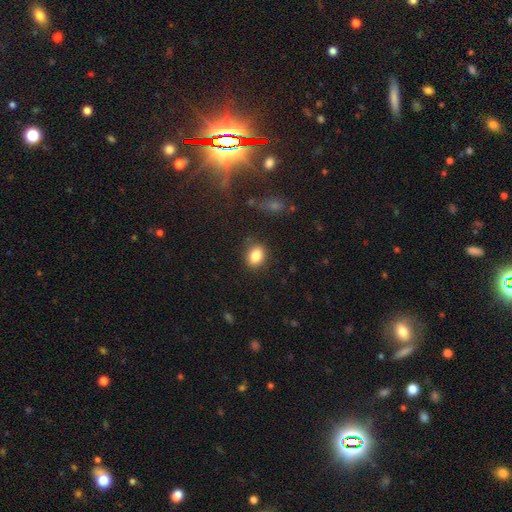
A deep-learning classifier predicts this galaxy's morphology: smooth 85%, star or artifact 9%, featured or disk 6%. Down the decision tree: how rounded — in between (66%); merging — none (83%).